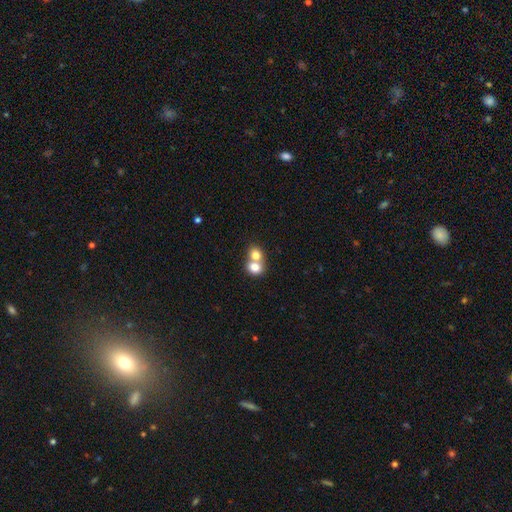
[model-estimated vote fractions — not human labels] This is likely a smooth galaxy (77%). How rounded: likely round (64%). Merging: likely merger (66%).